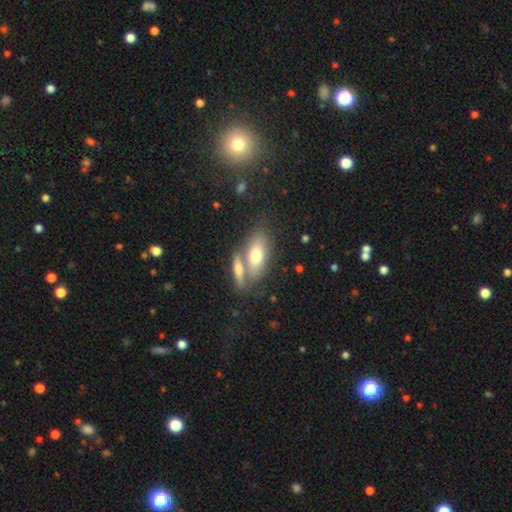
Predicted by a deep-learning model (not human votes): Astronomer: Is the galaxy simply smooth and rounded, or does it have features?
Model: smooth — 67%.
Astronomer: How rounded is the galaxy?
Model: in between — 79%.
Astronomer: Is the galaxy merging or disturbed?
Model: none — 47% (runner-up: merger, 38%).